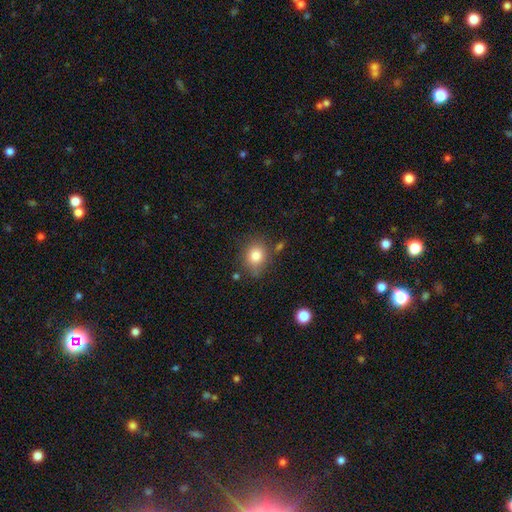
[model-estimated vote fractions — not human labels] Q: Smooth or featured?
A: smooth (82%); runner-up: star or artifact (10%)
Q: How rounded?
A: round (61%); runner-up: in between (38%)
Q: Merging?
A: none (72%); runner-up: minor disturbance (17%)